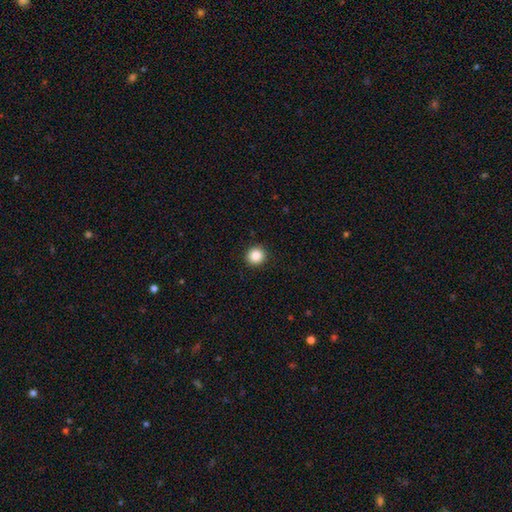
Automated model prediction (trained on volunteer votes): smooth-or-featured: smooth: 87% | star or artifact: 10% | featured or disk: 3%
  how-rounded: round: 93% | in between: 6% | cigar-shaped: 1%
  merging: none: 92% | minor disturbance: 5% | major disturbance: 2% | merger: 1%